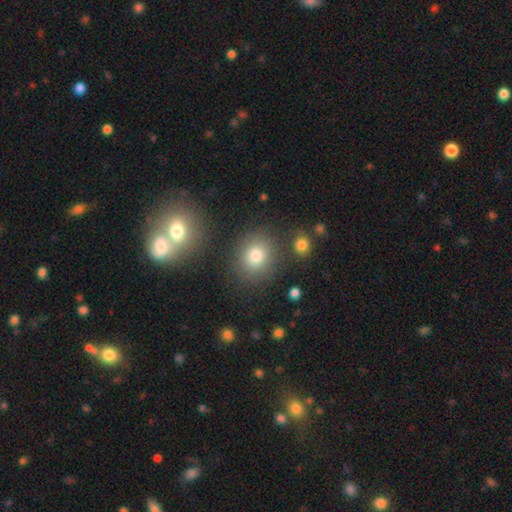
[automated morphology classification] Overall: smooth (78%). How rounded: round (72%). Merging: none (81%).